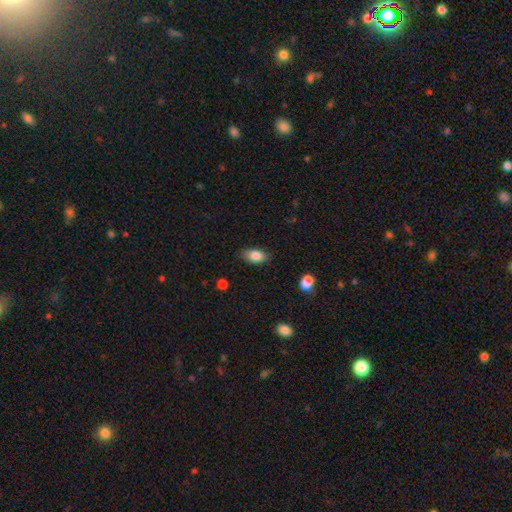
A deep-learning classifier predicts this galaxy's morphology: type=smooth (84%); roundness=in between (89%); merging=none (81%).